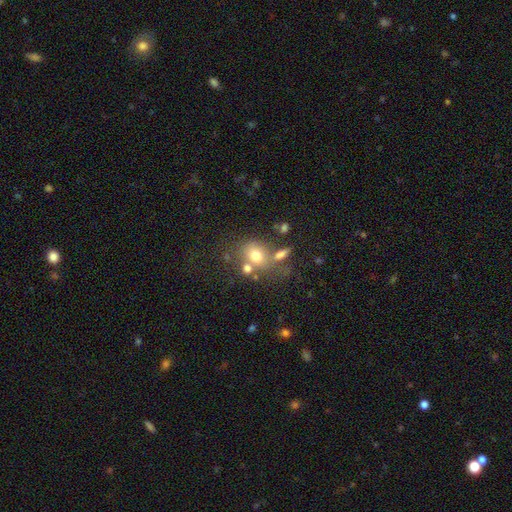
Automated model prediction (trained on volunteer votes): Q: Smooth or featured?
A: smooth (71%); runner-up: featured or disk (16%)
Q: How rounded?
A: round (61%); runner-up: in between (38%)
Q: Merging?
A: none (53%); runner-up: merger (25%)